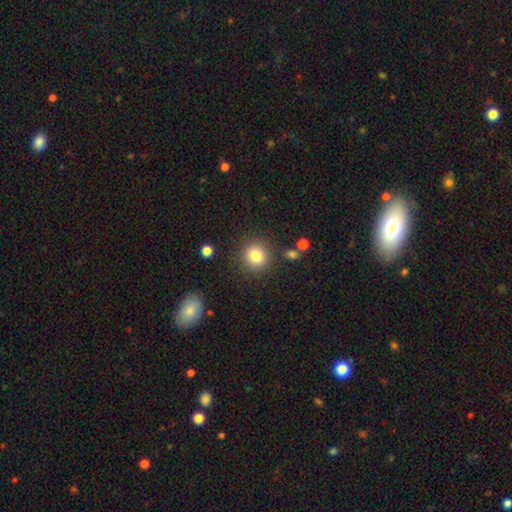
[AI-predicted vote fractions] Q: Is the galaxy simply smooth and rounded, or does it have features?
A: smooth — 83%.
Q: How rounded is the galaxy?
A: round — 90%.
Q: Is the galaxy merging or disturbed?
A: none — 86%.